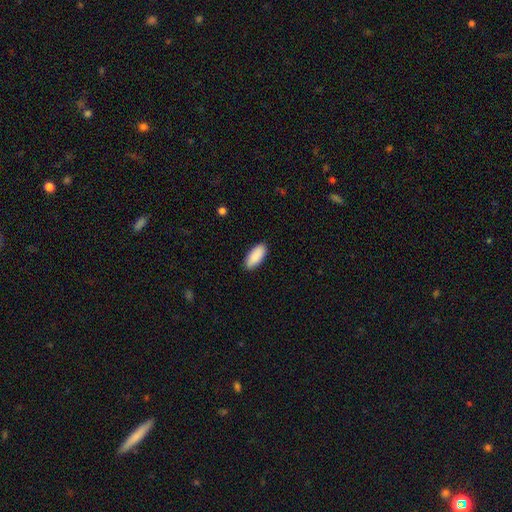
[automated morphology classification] type=smooth (91%); roundness=in between (87%); merging=none (89%).